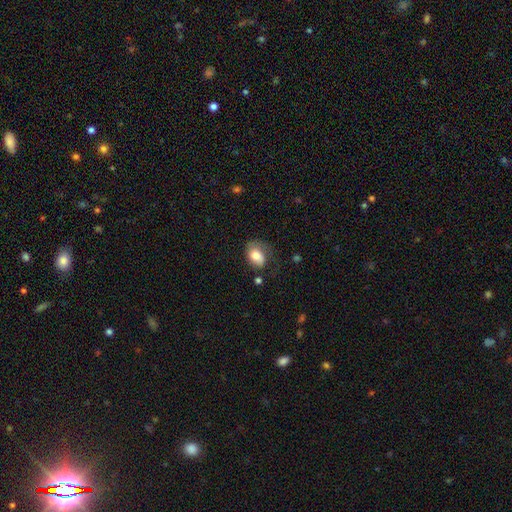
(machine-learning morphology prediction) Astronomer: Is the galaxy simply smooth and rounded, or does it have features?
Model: smooth — 71%.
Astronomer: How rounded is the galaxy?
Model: in between — 80%.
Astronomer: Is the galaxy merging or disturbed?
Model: none — 44% (runner-up: minor disturbance, 30%).